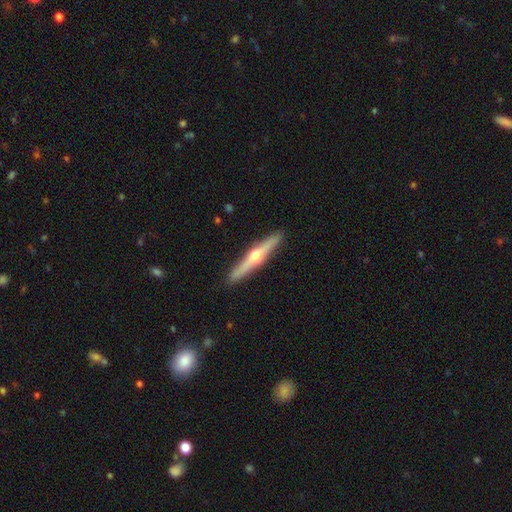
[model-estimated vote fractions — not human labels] Q: Smooth or featured?
A: featured or disk (72%); runner-up: smooth (23%)
Q: Edge-on disk?
A: yes (97%); runner-up: no (3%)
Q: Edge-on bulge?
A: rounded (93%); runner-up: none (4%)
Q: Merging?
A: none (92%); runner-up: minor disturbance (6%)